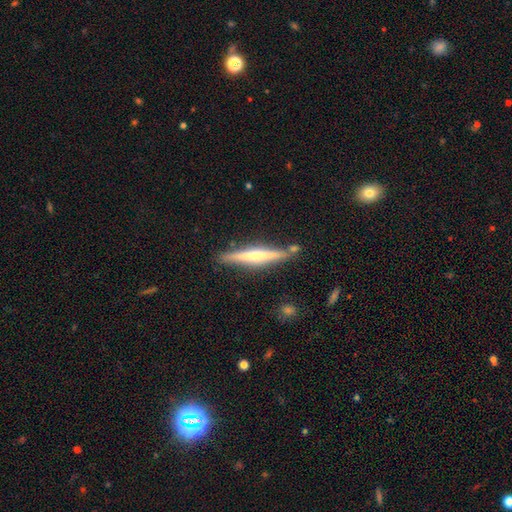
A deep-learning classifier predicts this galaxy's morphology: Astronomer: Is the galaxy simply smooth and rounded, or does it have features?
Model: featured or disk — 58% (runner-up: smooth, 36%).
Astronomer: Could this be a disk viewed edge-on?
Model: yes — 97%.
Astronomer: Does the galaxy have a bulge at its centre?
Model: rounded — 55% (runner-up: none, 34%).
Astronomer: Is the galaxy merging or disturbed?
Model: none — 81%.